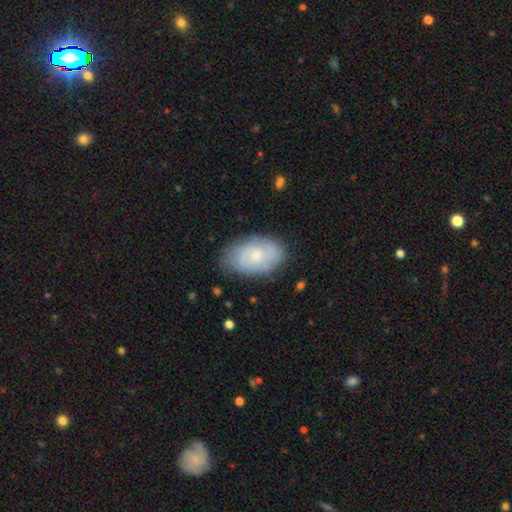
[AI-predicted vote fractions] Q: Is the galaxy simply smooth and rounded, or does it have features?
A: featured or disk — 48%.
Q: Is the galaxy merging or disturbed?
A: none — 77%.